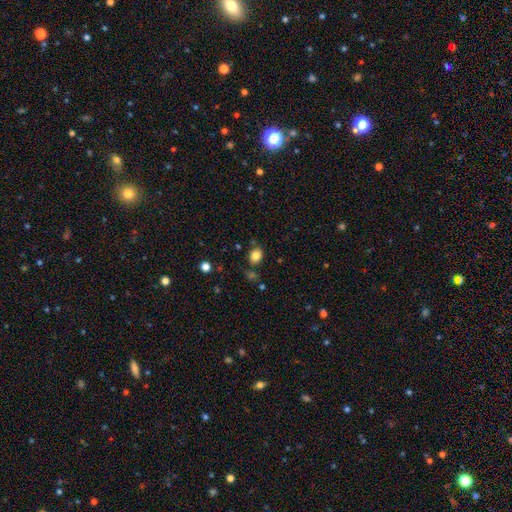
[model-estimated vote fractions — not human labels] smooth_or_featured: smooth (p=0.83) [alt: star or artifact p=0.11]
how_rounded: round (p=0.56) [alt: in between p=0.43]
merging: none (p=0.78) [alt: minor disturbance p=0.13]